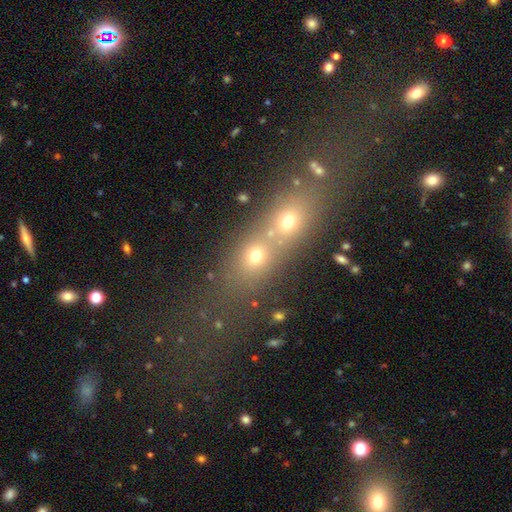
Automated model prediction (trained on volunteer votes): A smooth galaxy with no disk features (64%) that is round (46%). Merging: merger (56%).